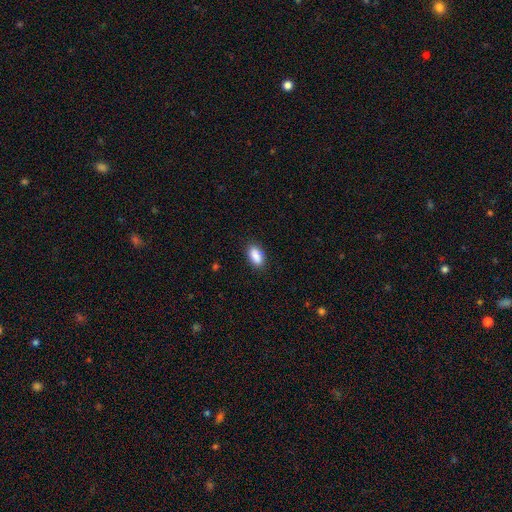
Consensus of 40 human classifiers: Smooth or featured?
  - smooth: 92% *
  - star or artifact: 8%
  - featured or disk: 0%
How rounded?
  - in between: 92% *
  - round: 8%
  - cigar-shaped: 0%
Merging?
  - none: 84% *
  - minor disturbance: 11%
  - merger: 5%
  - major disturbance: 0%